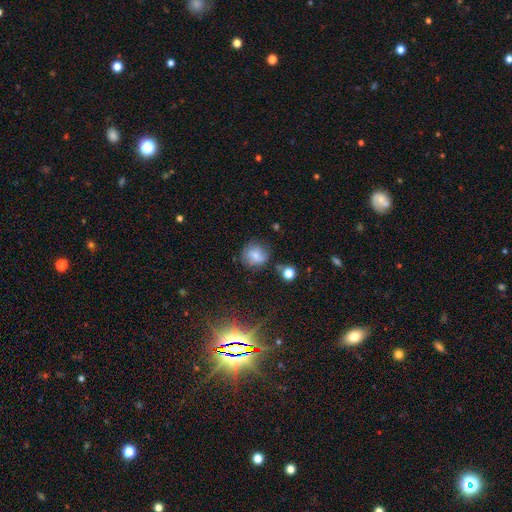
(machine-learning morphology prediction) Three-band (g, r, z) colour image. It shows a smooth galaxy with no disk features (61%) that is round (81%). Merging: none (68%).